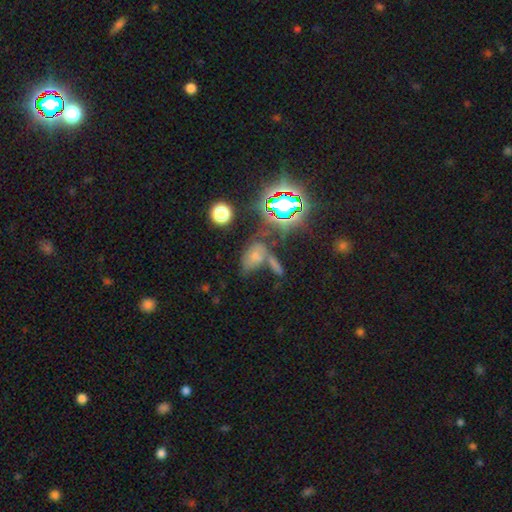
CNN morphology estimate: type=smooth (50%); merging=merger (38%).